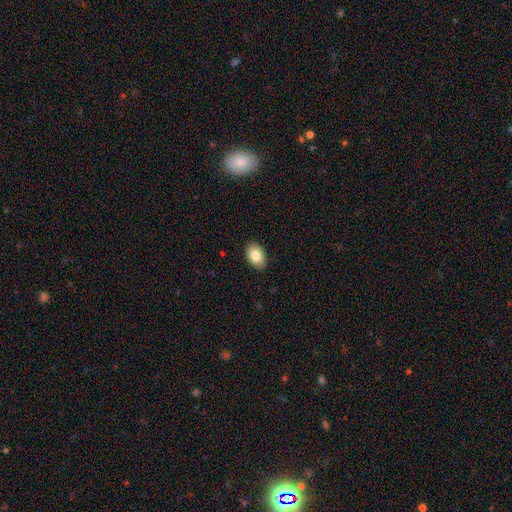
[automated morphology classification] This appears to be a smooth galaxy with no disk features (83%) that is in between round and cigar-shaped (88%). Merging: none (89%).